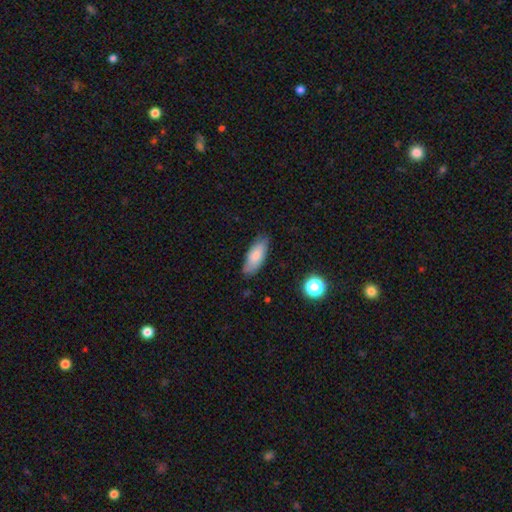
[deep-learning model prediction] Smooth or featured? Predicted: smooth (p=0.78). How rounded? Predicted: in between (p=0.78). Merging? Predicted: none (p=0.80).